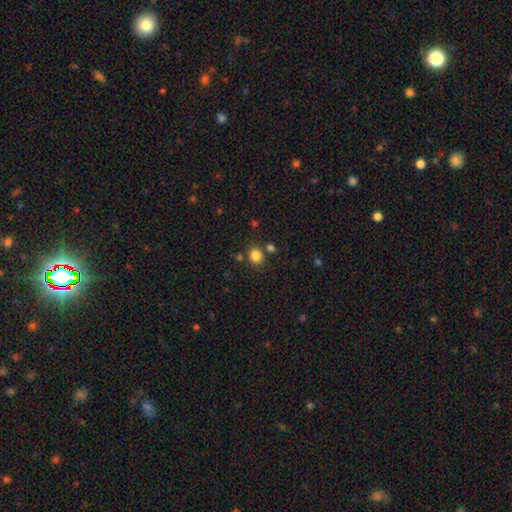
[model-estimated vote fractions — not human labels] A smooth galaxy with no disk features (83%) that is round (84%).

Vote fractions:
- Smooth or featured? smooth: 83% / star or artifact: 13% / featured or disk: 4%
- How rounded? round: 84% / in between: 15% / cigar-shaped: 1%
- Merging? none: 79% / merger: 10% / minor disturbance: 9% / major disturbance: 3%